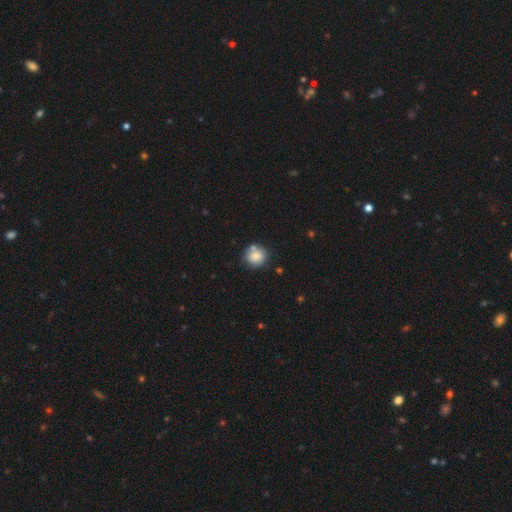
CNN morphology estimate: A smooth galaxy with no disk features (82%) that is round (87%).

Vote fractions:
- Smooth or featured? smooth: 82% / featured or disk: 10% / star or artifact: 9%
- How rounded? round: 87% / in between: 12% / cigar-shaped: 1%
- Merging? none: 68% / minor disturbance: 15% / merger: 14% / major disturbance: 4%